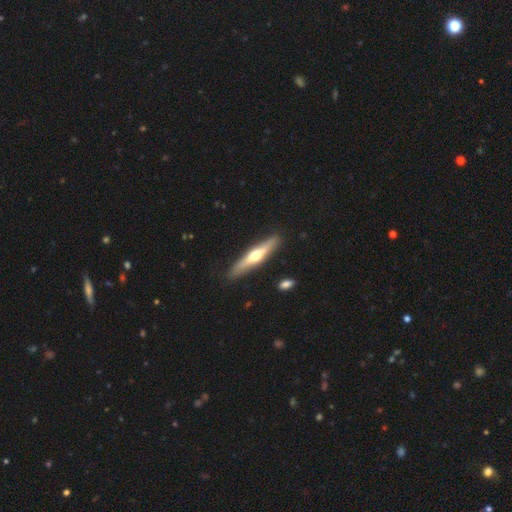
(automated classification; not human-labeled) A featured or disk galaxy (57%) viewed edge-on (91%) with a rounded central bulge (91%). Merging: none (88%).